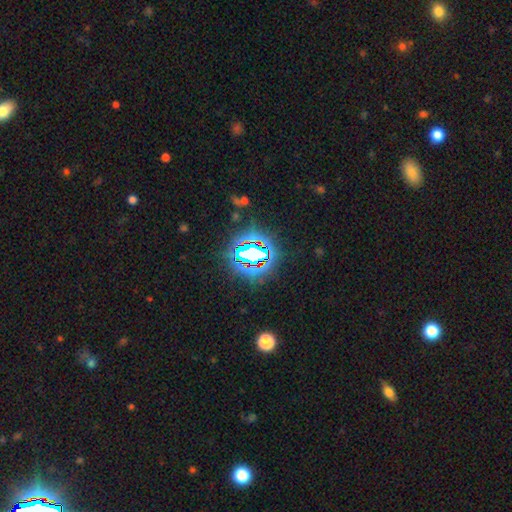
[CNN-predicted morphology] Q: Smooth or featured?
A: star or artifact (76%); runner-up: smooth (13%)